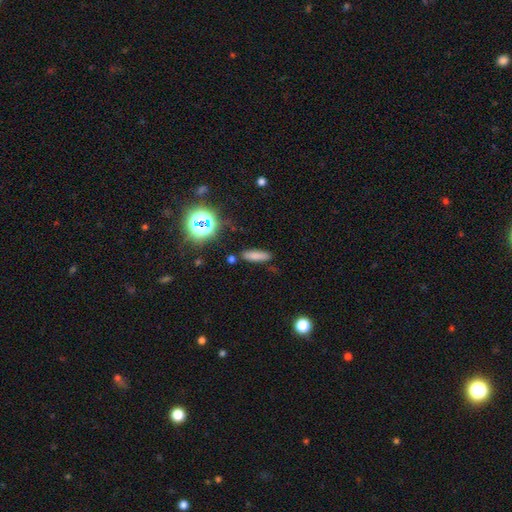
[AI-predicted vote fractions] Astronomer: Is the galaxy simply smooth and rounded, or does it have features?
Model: smooth — 74%.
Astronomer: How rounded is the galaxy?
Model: cigar-shaped — 65%.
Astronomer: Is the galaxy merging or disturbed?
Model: none — 84%.